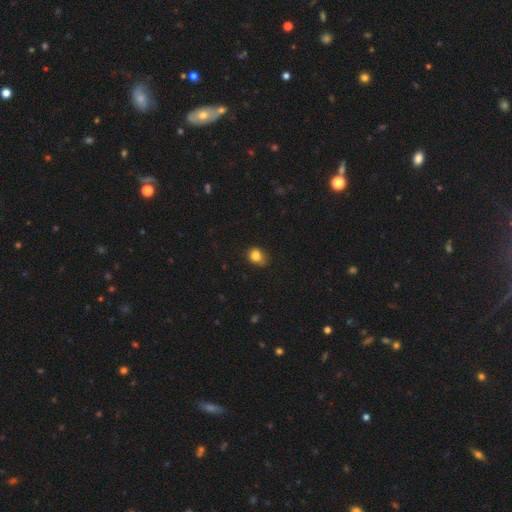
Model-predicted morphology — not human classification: A smooth galaxy with no disk features (82%) that is in between round and cigar-shaped (50%). Merging: none (61%).